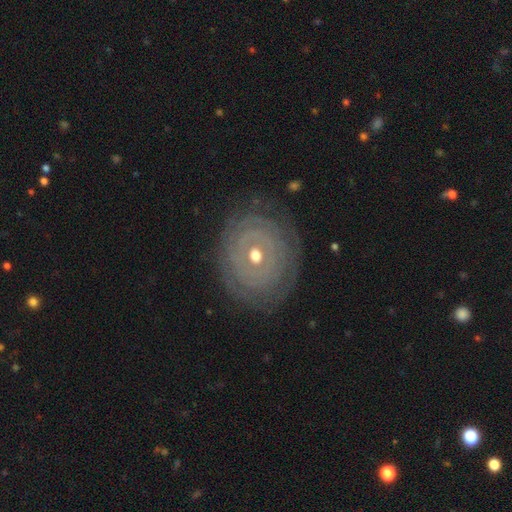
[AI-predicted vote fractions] This appears to be a featured or disk galaxy (78%) with no bar (66%), tight (86%) spiral arms (81%) and a small central bulge (54%). Merging: none (82%).